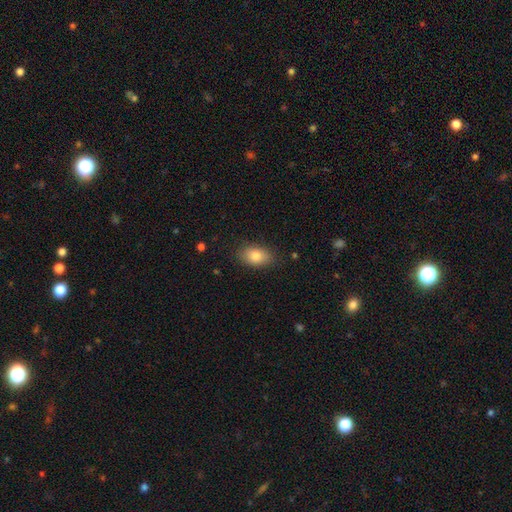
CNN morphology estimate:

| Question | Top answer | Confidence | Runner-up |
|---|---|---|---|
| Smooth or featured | smooth | 81% | featured or disk (11%) |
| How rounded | in between | 87% | round (11%) |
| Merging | none | 84% | minor disturbance (12%) |